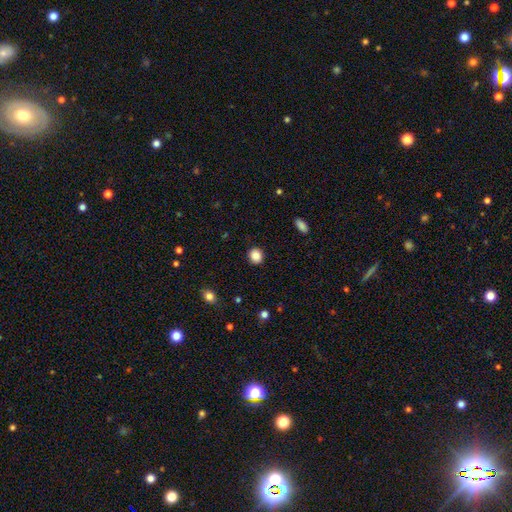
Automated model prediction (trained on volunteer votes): Smooth or featured? Predicted: smooth (p=0.87). How rounded? Predicted: round (p=0.81). Merging? Predicted: none (p=0.90).